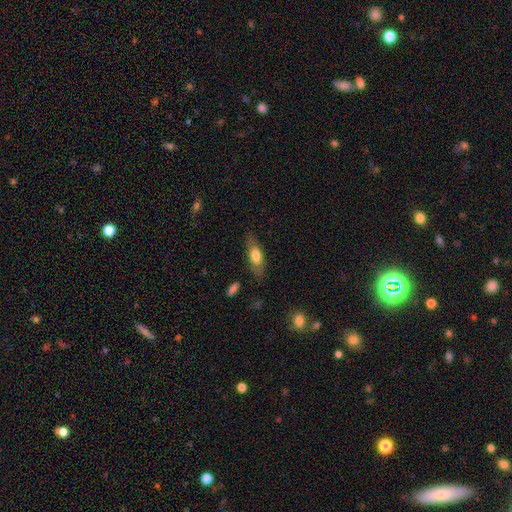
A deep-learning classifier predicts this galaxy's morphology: Smooth or featured?
  - smooth: 68% *
  - featured or disk: 25%
  - star or artifact: 6%
How rounded?
  - in between: 64% *
  - cigar-shaped: 32%
  - round: 3%
Merging?
  - none: 78% *
  - minor disturbance: 16%
  - major disturbance: 4%
  - merger: 2%